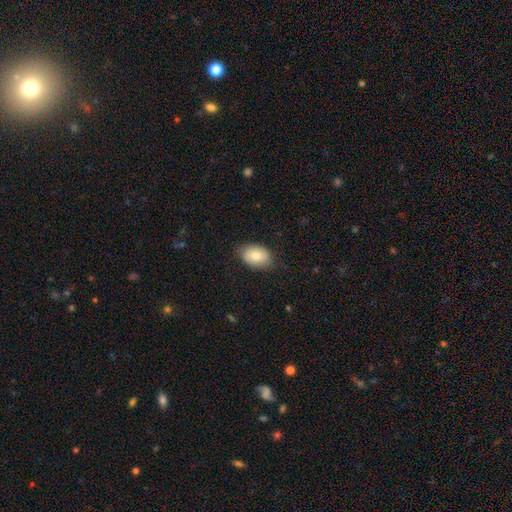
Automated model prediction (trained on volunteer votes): Smooth or featured? smooth (79%)
How rounded? in between (86%)
Merging? none (81%)